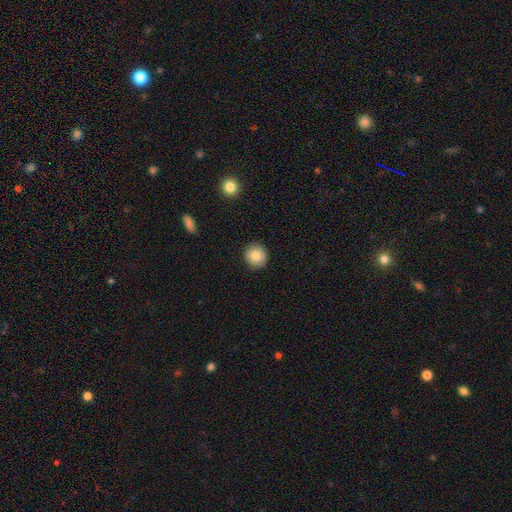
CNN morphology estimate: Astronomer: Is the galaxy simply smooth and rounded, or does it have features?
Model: smooth — 83%.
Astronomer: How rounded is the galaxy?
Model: round — 88%.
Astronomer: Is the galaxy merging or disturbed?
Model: none — 90%.